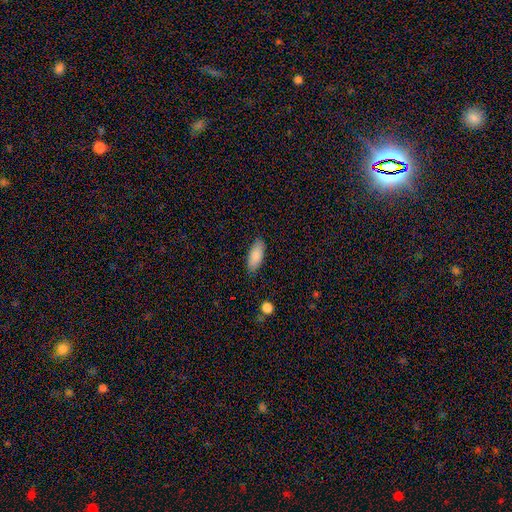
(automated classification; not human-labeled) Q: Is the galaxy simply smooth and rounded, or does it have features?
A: smooth — 87%.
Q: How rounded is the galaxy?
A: in between — 83%.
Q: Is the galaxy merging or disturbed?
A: none — 84%.